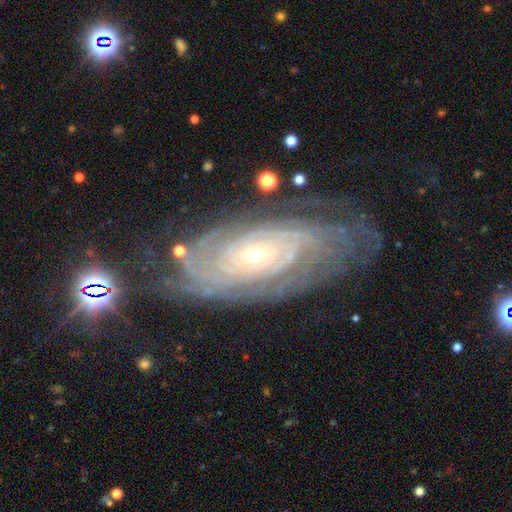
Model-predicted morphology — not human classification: The model was most divided on "spiral arm count": can't tell: 39%, more than 4: 16%, 4: 16%, 3: 11%, 2: 11%, 1: 6%. More confident: spiral arms — yes (96%); edge-on disk — no (93%); smooth or featured — featured or disk (87%); spiral winding — tight (83%); bar — no (75%); bulge size — small (74%); merging — none (74%).